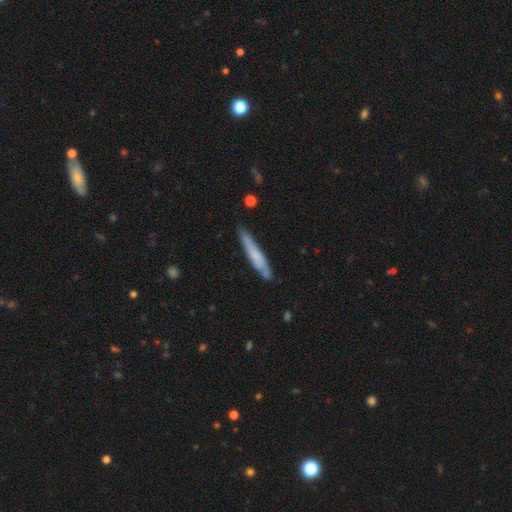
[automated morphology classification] smooth_or_featured: smooth (p=0.58) [alt: featured or disk p=0.36]
how_rounded: cigar-shaped (p=0.92) [alt: in between p=0.06]
merging: none (p=0.78) [alt: minor disturbance p=0.17]